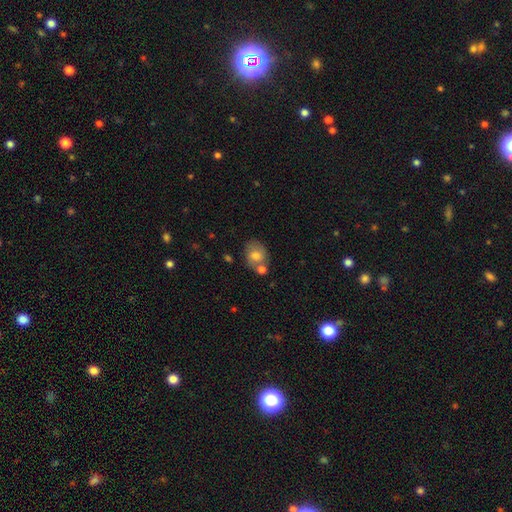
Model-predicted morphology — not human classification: A smooth galaxy with no disk features (74%) that is round (51%). Merging: none (55%).